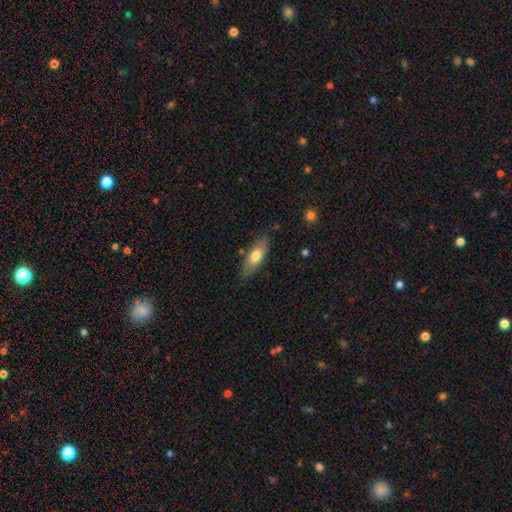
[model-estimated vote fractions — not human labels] The model was most divided on "how rounded": in between: 62%, cigar-shaped: 36%, round: 3%. More confident: merging — none (80%); smooth or featured — smooth (67%).